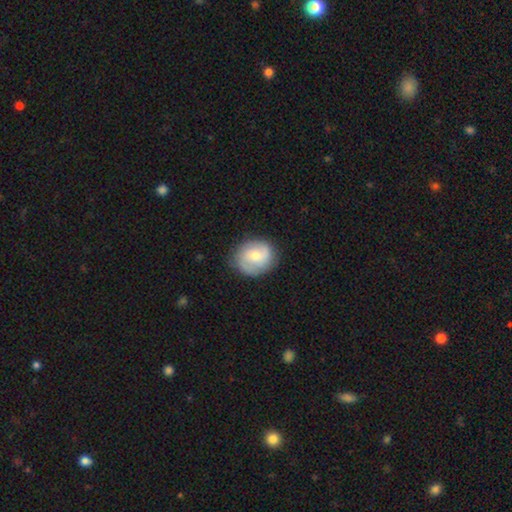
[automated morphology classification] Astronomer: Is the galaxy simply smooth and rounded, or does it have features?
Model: featured or disk — 58% (runner-up: smooth, 36%).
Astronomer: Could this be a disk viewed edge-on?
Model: no — 98%.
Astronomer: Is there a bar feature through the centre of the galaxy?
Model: no — 57% (runner-up: weak, 37%).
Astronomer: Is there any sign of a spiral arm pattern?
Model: yes — 88%.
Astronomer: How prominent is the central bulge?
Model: moderate — 52% (runner-up: small, 42%).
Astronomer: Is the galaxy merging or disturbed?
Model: none — 80%.